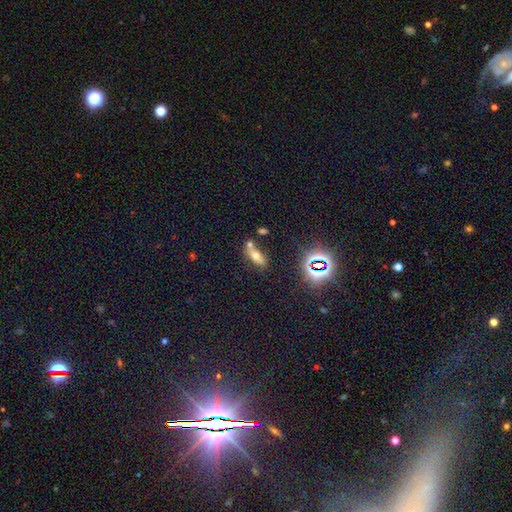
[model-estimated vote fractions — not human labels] A smooth galaxy with no disk features (55%) that is in between round and cigar-shaped (67%).

Vote fractions:
- Smooth or featured? smooth: 55% / featured or disk: 23% / star or artifact: 22%
- How rounded? in between: 67% / cigar-shaped: 26% / round: 8%
- Merging? none: 55% / merger: 25% / minor disturbance: 14% / major disturbance: 6%